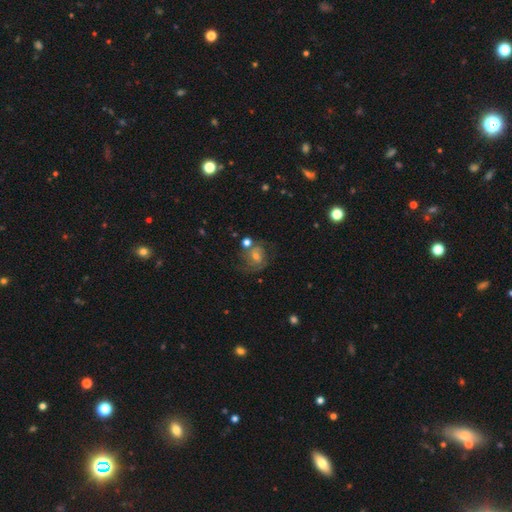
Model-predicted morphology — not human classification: Smooth or featured: featured or disk — 57% (smooth — 31%)
Edge-on disk: no — 97% (yes — 3%)
Bar: no — 61% (weak — 32%)
Spiral arms: yes — 78% (no — 22%)
Bulge size: moderate — 54% (small — 38%)
Merging: none — 51% (minor disturbance — 20%)